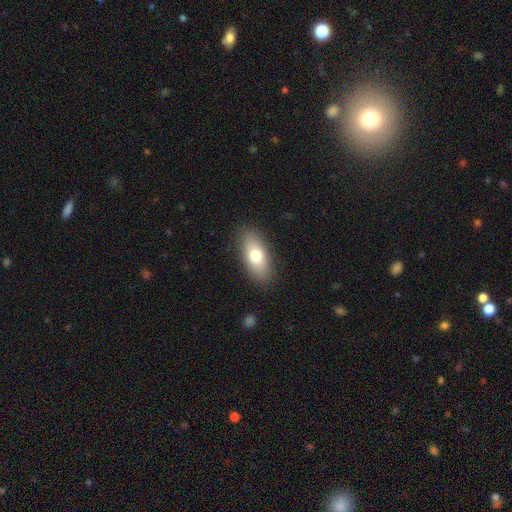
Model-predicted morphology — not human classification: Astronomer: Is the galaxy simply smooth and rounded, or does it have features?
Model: smooth — 73%.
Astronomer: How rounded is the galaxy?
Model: in between — 84%.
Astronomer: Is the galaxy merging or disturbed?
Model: none — 87%.